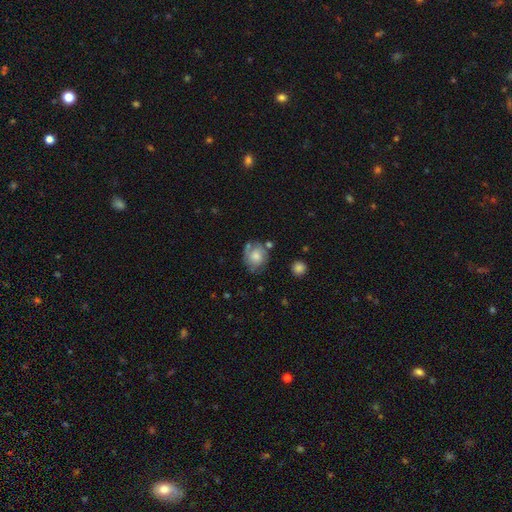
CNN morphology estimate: Smooth or featured?
  - smooth: 49% *
  - featured or disk: 42%
  - star or artifact: 8%
Merging?
  - none: 55% *
  - minor disturbance: 25%
  - major disturbance: 11%
  - merger: 9%